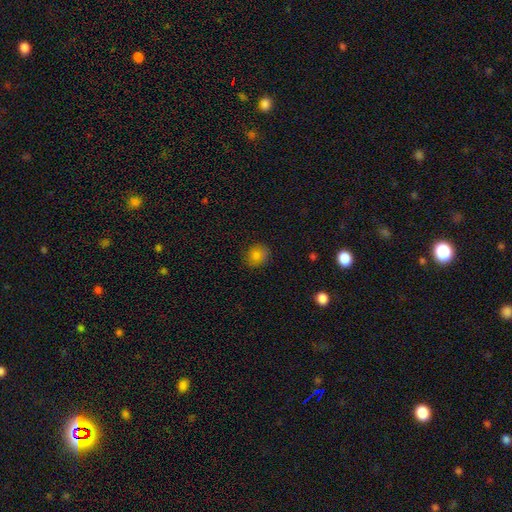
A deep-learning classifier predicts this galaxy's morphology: smooth-or-featured: smooth: 78% | star or artifact: 13% | featured or disk: 9%
  how-rounded: round: 77% | in between: 22% | cigar-shaped: 1%
  merging: none: 80% | minor disturbance: 15% | major disturbance: 4% | merger: 1%